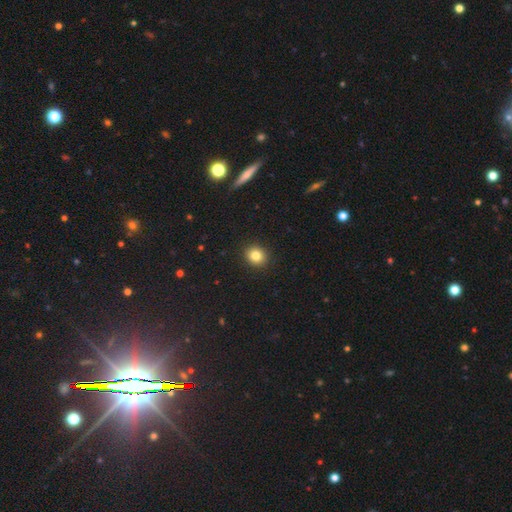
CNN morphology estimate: smooth_or_featured: smooth (p=0.83) [alt: star or artifact p=0.11]
how_rounded: round (p=0.81) [alt: in between p=0.18]
merging: none (p=0.92) [alt: minor disturbance p=0.05]